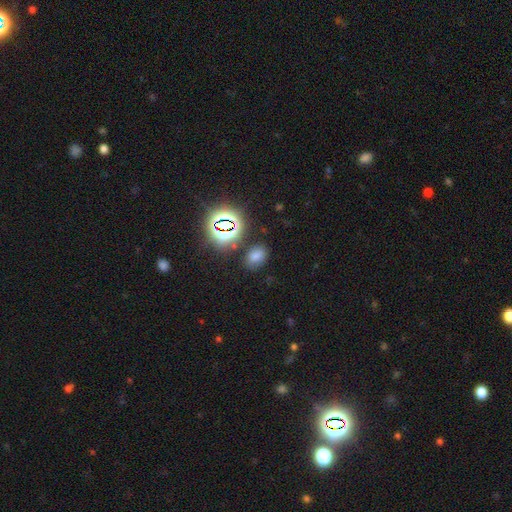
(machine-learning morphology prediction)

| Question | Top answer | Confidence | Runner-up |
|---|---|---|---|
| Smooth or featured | smooth | 66% | star or artifact (26%) |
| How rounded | in between | 76% | round (23%) |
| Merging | none | 78% | minor disturbance (13%) |